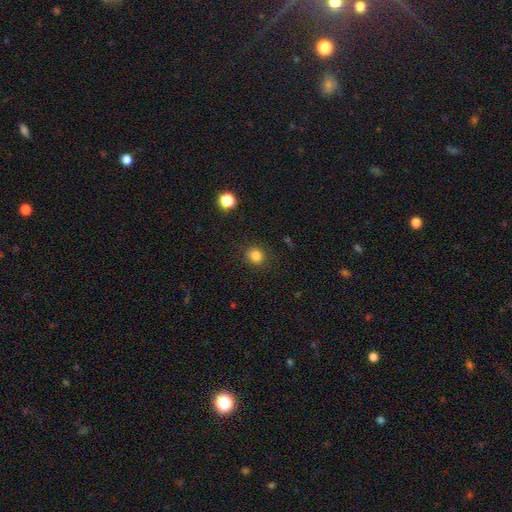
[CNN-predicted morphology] A smooth galaxy with no disk features (83%) that is round (79%).

Vote fractions:
- Smooth or featured? smooth: 83% / star or artifact: 12% / featured or disk: 5%
- How rounded? round: 79% / in between: 20% / cigar-shaped: 1%
- Merging? none: 88% / minor disturbance: 8% / major disturbance: 3% / merger: 1%